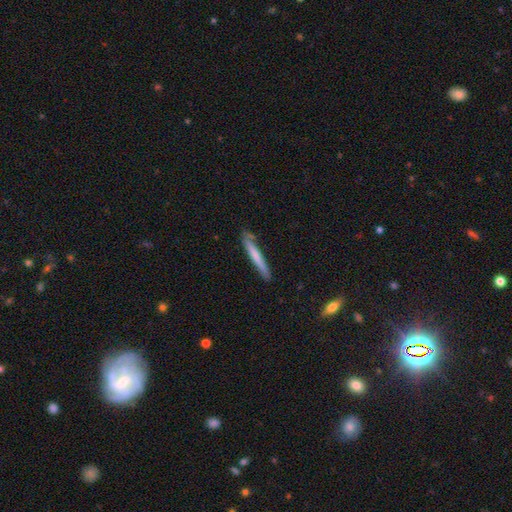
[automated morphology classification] Smooth or featured? Predicted: smooth (p=0.63). How rounded? Predicted: cigar-shaped (p=0.96). Merging? Predicted: none (p=0.80).